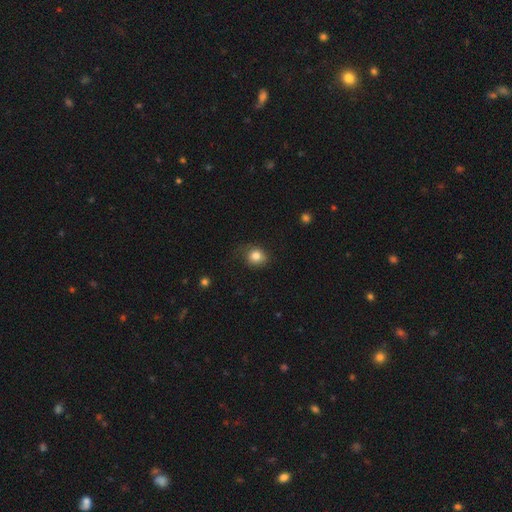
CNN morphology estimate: Smooth or featured? Predicted: smooth (p=0.82). How rounded? Predicted: round (p=0.69). Merging? Predicted: none (p=0.64).